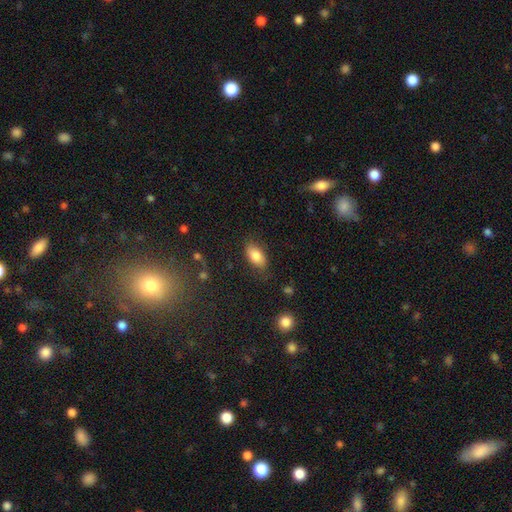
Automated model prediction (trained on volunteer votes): smooth-or-featured: smooth: 83% | featured or disk: 10% | star or artifact: 7%
  how-rounded: in between: 92% | round: 4% | cigar-shaped: 4%
  merging: none: 78% | minor disturbance: 16% | major disturbance: 4% | merger: 2%